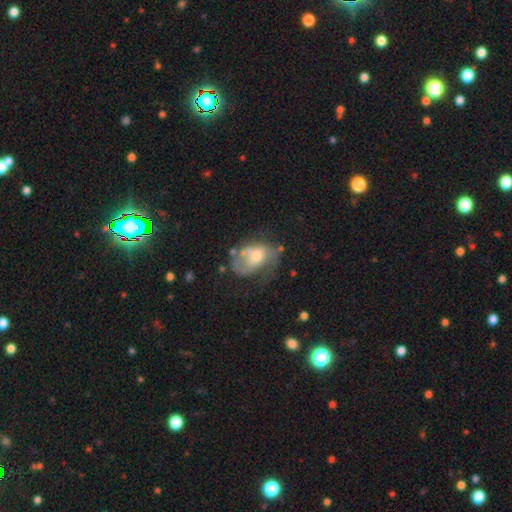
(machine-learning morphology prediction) Smooth or featured? Predicted: featured or disk (p=0.53). Edge-on disk? Predicted: no (p=0.96). Bar? Predicted: no (p=0.72). Spiral arms? Predicted: yes (p=0.57). Bulge size? Predicted: moderate (p=0.56). Merging? Predicted: none (p=0.37).